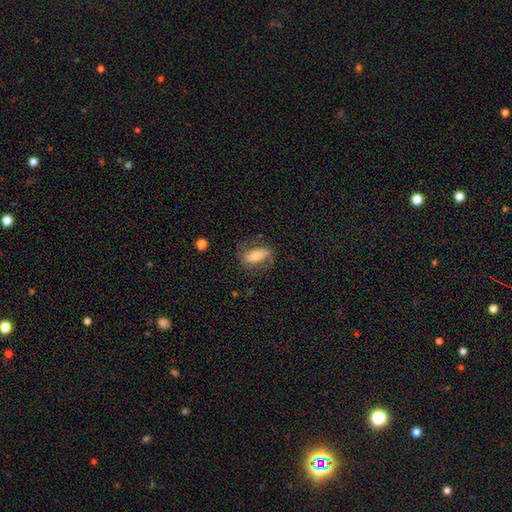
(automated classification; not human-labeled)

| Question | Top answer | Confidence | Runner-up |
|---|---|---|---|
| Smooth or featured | featured or disk | 48% | smooth (44%) |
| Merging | none | 66% | minor disturbance (19%) |